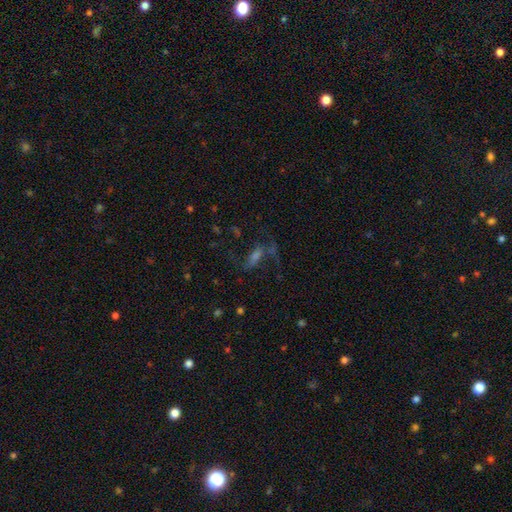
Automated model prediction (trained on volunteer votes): This is marginally a featured or disk galaxy (39%). Merging: possibly none (49%).